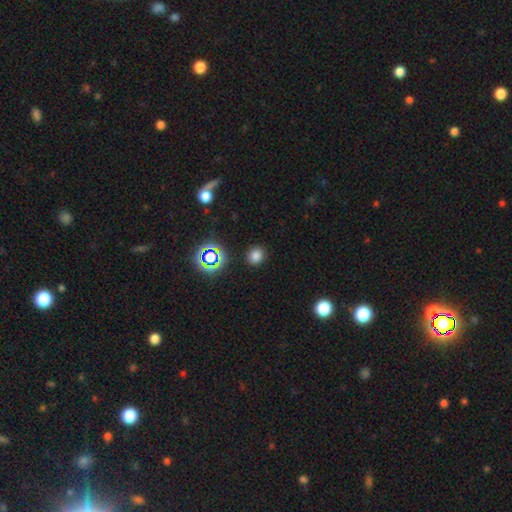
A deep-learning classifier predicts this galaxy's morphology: Smooth or featured?
  - smooth: 75% *
  - star or artifact: 19%
  - featured or disk: 5%
How rounded?
  - round: 80% *
  - in between: 19%
  - cigar-shaped: 1%
Merging?
  - none: 89% *
  - minor disturbance: 7%
  - major disturbance: 3%
  - merger: 2%